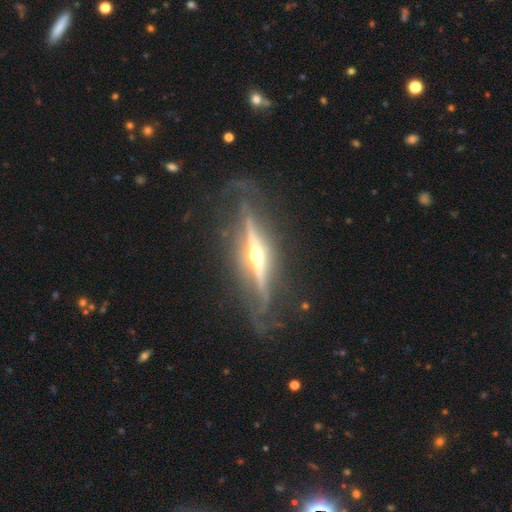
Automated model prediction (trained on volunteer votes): This appears to be a featured or disk galaxy (88%) viewed edge-on (87%) with a rounded central bulge (93%). Merging: none (65%).